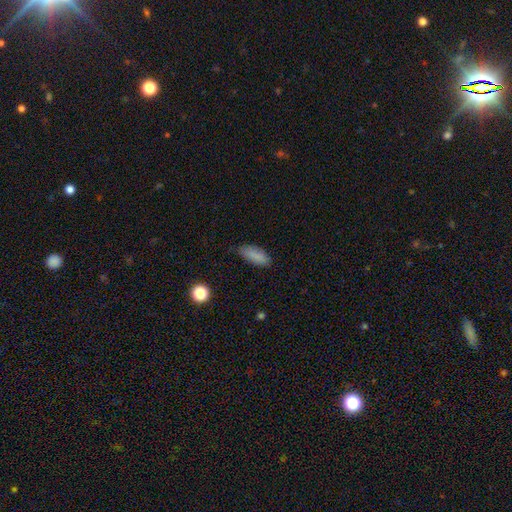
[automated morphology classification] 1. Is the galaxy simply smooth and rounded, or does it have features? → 85% smooth, 8% star or artifact, 6% featured or disk.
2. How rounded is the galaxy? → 76% in between, 21% cigar-shaped, 2% round.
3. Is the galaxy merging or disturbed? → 77% none, 19% minor disturbance, 3% major disturbance, 1% merger.